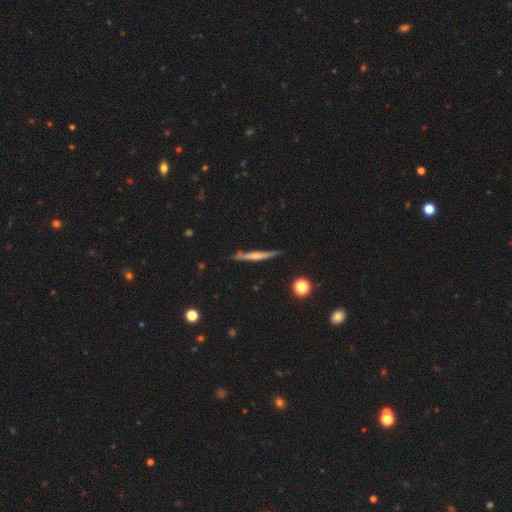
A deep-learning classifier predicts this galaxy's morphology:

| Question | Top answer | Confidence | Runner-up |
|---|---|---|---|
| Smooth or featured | featured or disk | 55% | smooth (38%) |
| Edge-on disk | yes | 96% | no (4%) |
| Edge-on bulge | rounded | 50% | none (39%) |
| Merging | none | 82% | minor disturbance (13%) |